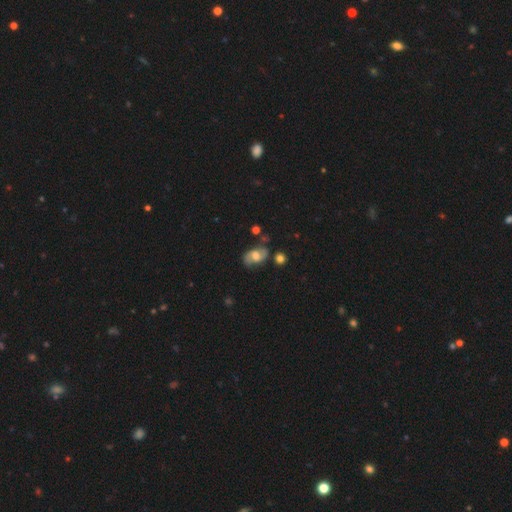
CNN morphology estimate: smooth_or_featured: featured or disk (p=0.62) [alt: smooth p=0.29]
disk_edge_on: no (p=0.96) [alt: yes p=0.04]
bar: no (p=0.48) [alt: weak p=0.42]
has_spiral_arms: yes (p=0.86) [alt: no p=0.14]
spiral_winding: medium (p=0.45) [alt: loose p=0.37]
spiral_arm_count: 2 (p=0.88) [alt: can't tell p=0.07]
bulge_size: moderate (p=0.56) [alt: large p=0.24]
merging: none (p=0.68) [alt: minor disturbance p=0.19]